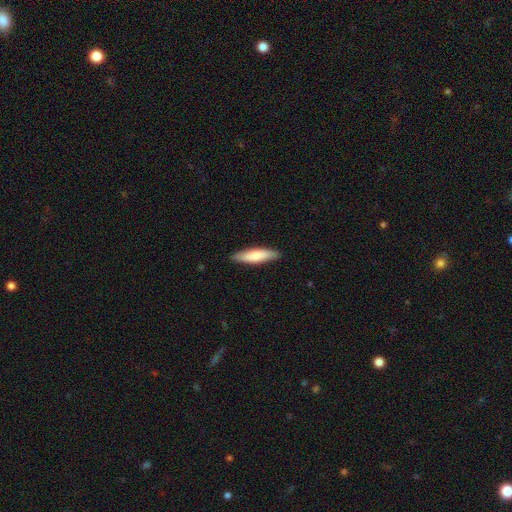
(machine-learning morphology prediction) Smooth or featured: smooth — 73% (featured or disk — 22%)
How rounded: cigar-shaped — 73% (in between — 25%)
Merging: none — 88% (minor disturbance — 9%)